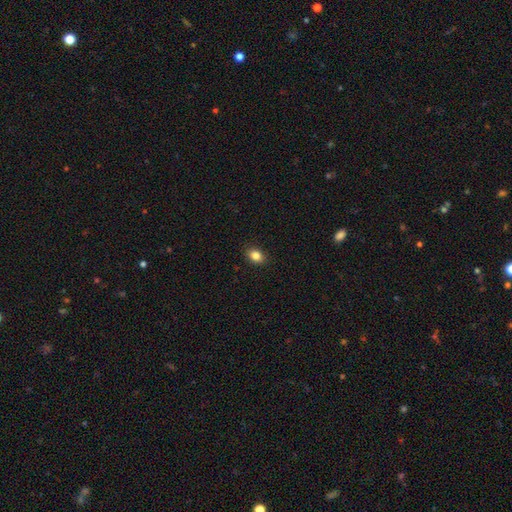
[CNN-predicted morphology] This appears to be a smooth galaxy with no disk features (84%) that is in between round and cigar-shaped (69%). Merging: none (90%).